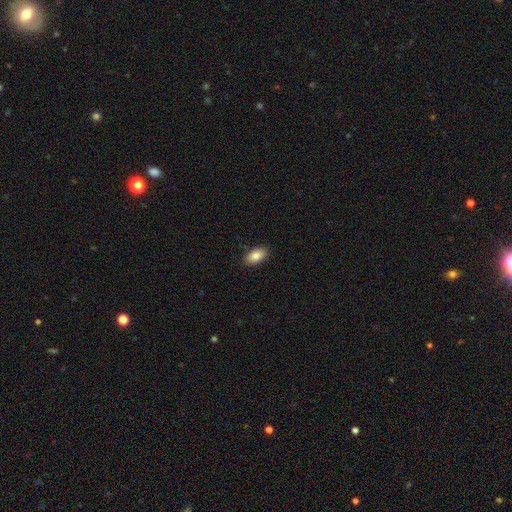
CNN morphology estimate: smooth_or_featured: smooth (p=0.86) [alt: star or artifact p=0.07]
how_rounded: in between (p=0.93) [alt: round p=0.04]
merging: none (p=0.87) [alt: minor disturbance p=0.10]